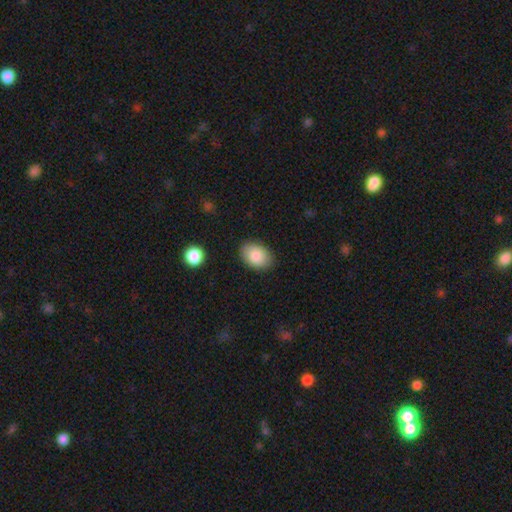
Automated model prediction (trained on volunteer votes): Smooth or featured? smooth (87%)
How rounded? in between (82%)
Merging? none (85%)